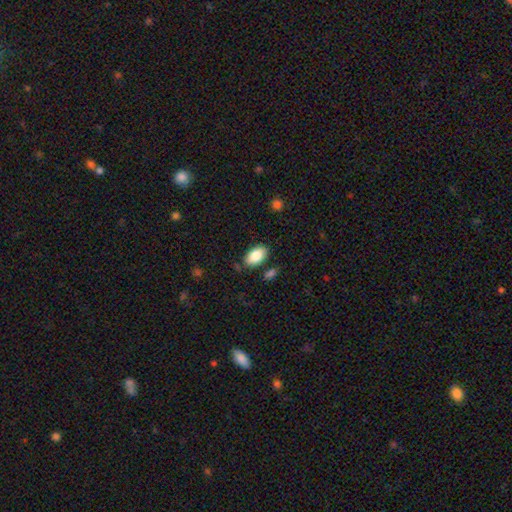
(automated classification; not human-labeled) Morphology: type=smooth (86%); roundness=in between (94%); merging=none (81%).